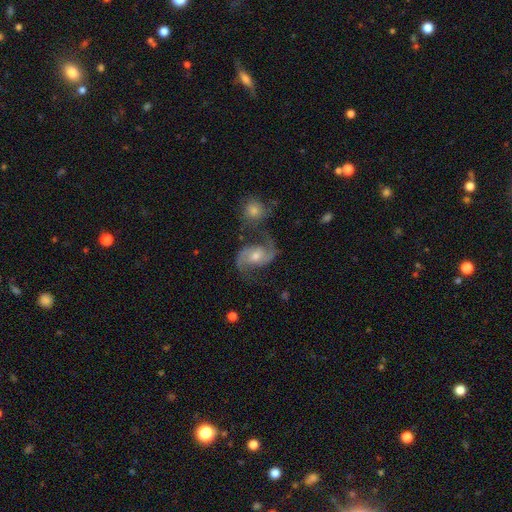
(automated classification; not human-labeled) The model was most divided on "bar": no: 51%, weak: 38%, strong: 11%. More confident: edge-on disk — no (98%); spiral arms — yes (97%); spiral arm count — 2 (92%); smooth or featured — featured or disk (87%); bulge size — moderate (64%); merging — none (59%); spiral winding — medium (53%).